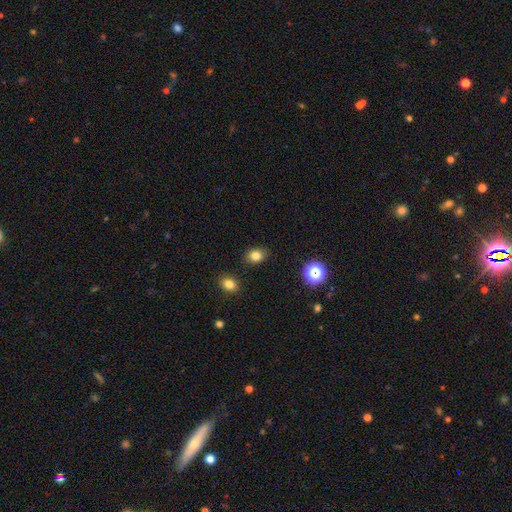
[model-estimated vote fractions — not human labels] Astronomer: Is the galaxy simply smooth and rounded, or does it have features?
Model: smooth — 81%.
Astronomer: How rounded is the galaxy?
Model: in between — 56% (runner-up: round, 43%).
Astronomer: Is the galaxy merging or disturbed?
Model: none — 87%.